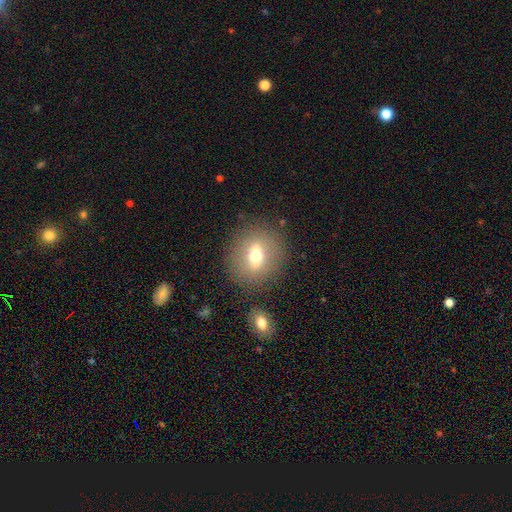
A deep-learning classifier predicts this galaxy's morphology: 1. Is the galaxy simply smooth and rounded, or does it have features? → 58% smooth, 32% featured or disk, 10% star or artifact.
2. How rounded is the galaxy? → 61% round, 37% in between, 3% cigar-shaped.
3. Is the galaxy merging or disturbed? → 83% none, 9% minor disturbance, 4% major disturbance, 4% merger.